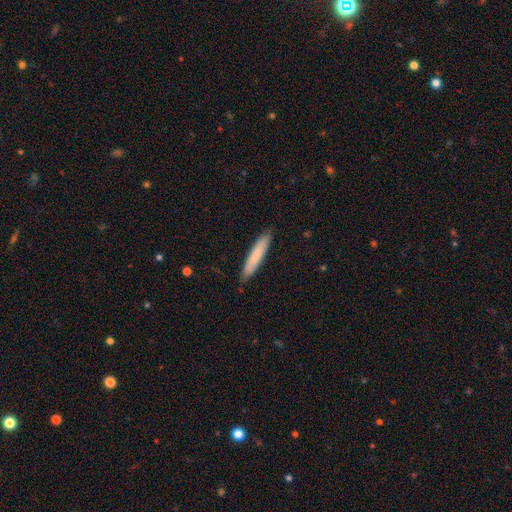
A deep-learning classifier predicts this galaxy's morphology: smooth-or-featured: smooth: 78% | featured or disk: 17% | star or artifact: 5%
  how-rounded: cigar-shaped: 92% | in between: 7% | round: 1%
  merging: none: 89% | minor disturbance: 9% | major disturbance: 1% | merger: 1%